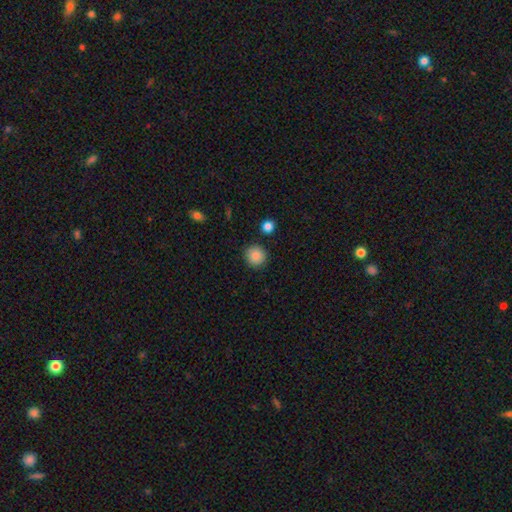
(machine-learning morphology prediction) Smooth or featured? Predicted: smooth (p=0.87). How rounded? Predicted: round (p=0.92). Merging? Predicted: none (p=0.88).